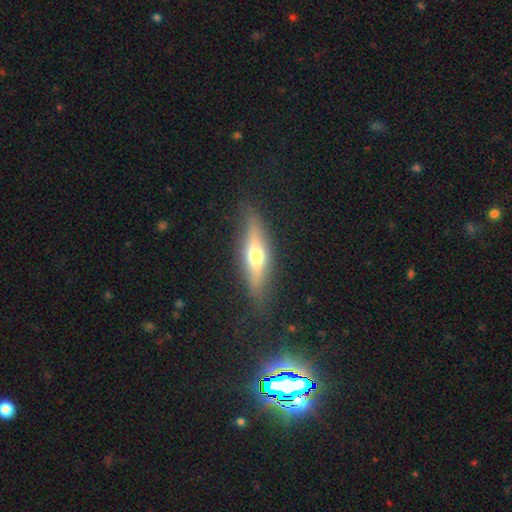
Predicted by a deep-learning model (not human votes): smooth-or-featured: featured or disk: 51% | smooth: 42% | star or artifact: 7%
  disk-edge-on: yes: 88% | no: 12%
  merging: none: 82% | minor disturbance: 13% | major disturbance: 4% | merger: 1%